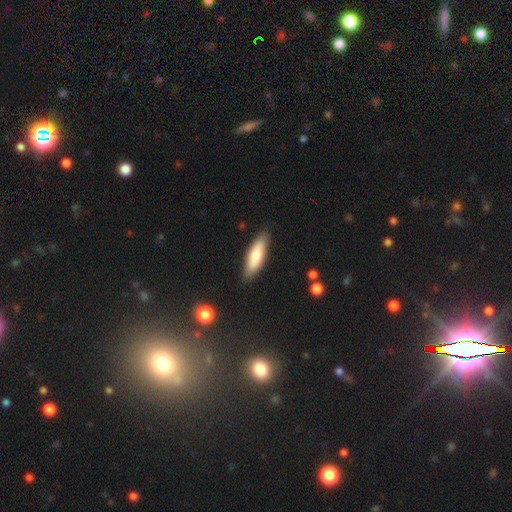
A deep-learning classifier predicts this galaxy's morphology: Overall: smooth (75%). How rounded: in between (50%; cigar-shaped 48%). Merging: none (84%).